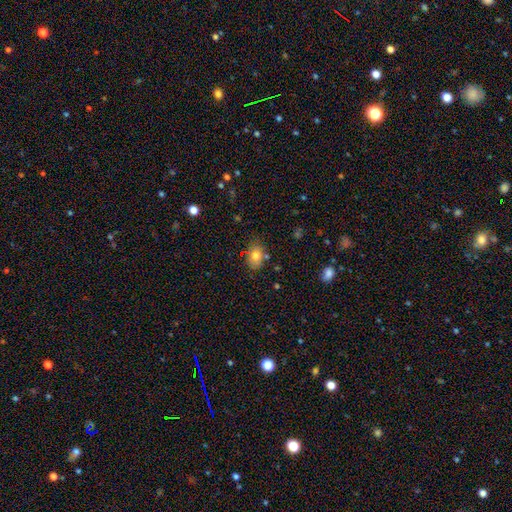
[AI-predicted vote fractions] Smooth or featured?
  - smooth: 78% *
  - featured or disk: 12%
  - star or artifact: 11%
How rounded?
  - in between: 73% *
  - round: 26%
  - cigar-shaped: 1%
Merging?
  - none: 77% *
  - minor disturbance: 15%
  - merger: 5%
  - major disturbance: 3%